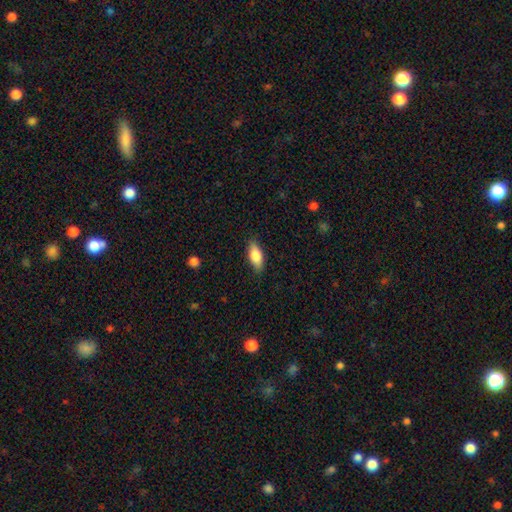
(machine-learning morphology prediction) Q: Smooth or featured?
A: smooth (79%); runner-up: featured or disk (14%)
Q: How rounded?
A: in between (80%); runner-up: cigar-shaped (17%)
Q: Merging?
A: none (86%); runner-up: minor disturbance (10%)